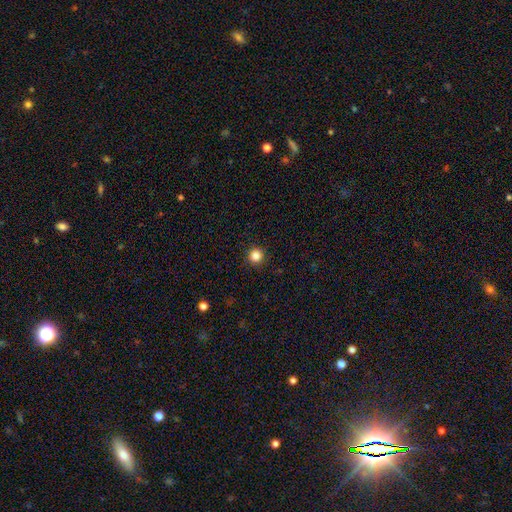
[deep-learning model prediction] smooth-or-featured: smooth: 85% | star or artifact: 12% | featured or disk: 4%
  how-rounded: round: 96% | in between: 3% | cigar-shaped: 1%
  merging: none: 93% | minor disturbance: 4% | major disturbance: 2% | merger: 1%